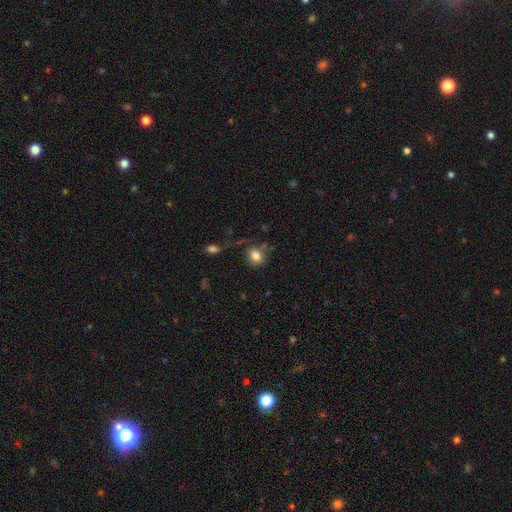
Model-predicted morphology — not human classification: smooth_or_featured: smooth (p=0.82) [alt: star or artifact p=0.10]
how_rounded: round (p=0.59) [alt: in between p=0.40]
merging: none (p=0.63) [alt: minor disturbance p=0.20]